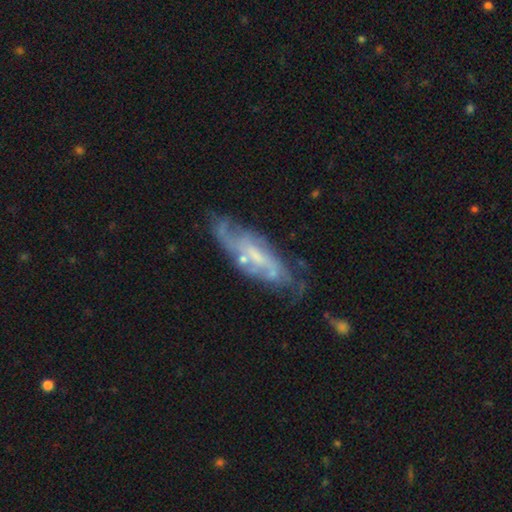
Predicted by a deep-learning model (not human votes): smooth_or_featured: featured or disk (p=0.74) [alt: smooth p=0.19]
disk_edge_on: no (p=0.84) [alt: yes p=0.16]
bar: weak (p=0.44) [alt: no p=0.41]
has_spiral_arms: yes (p=0.81) [alt: no p=0.19]
spiral_winding: medium (p=0.41) [alt: tight p=0.38]
spiral_arm_count: can't tell (p=0.46) [alt: 2 p=0.30]
bulge_size: small (p=0.49) [alt: moderate p=0.28]
merging: none (p=0.56) [alt: minor disturbance p=0.24]